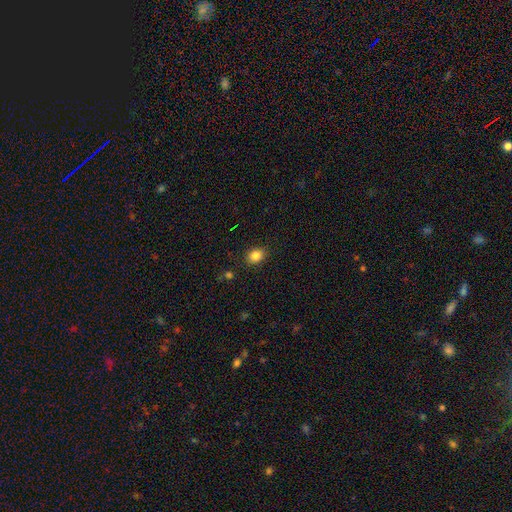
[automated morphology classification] Smooth or featured: smooth — 84% (star or artifact — 10%)
How rounded: in between — 56% (round — 43%)
Merging: none — 88% (minor disturbance — 9%)